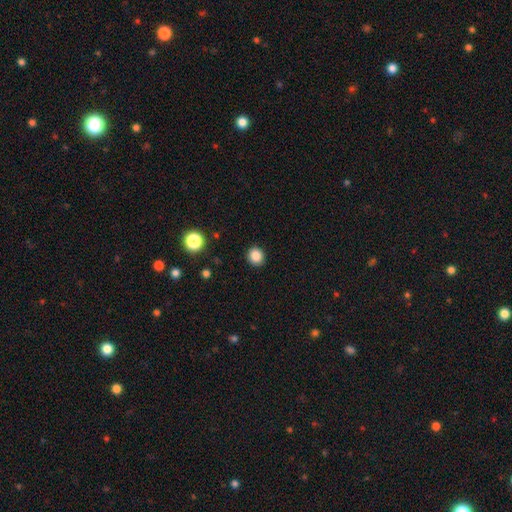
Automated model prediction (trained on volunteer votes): Smooth or featured? Predicted: smooth (p=0.86). How rounded? Predicted: round (p=0.85). Merging? Predicted: none (p=0.91).